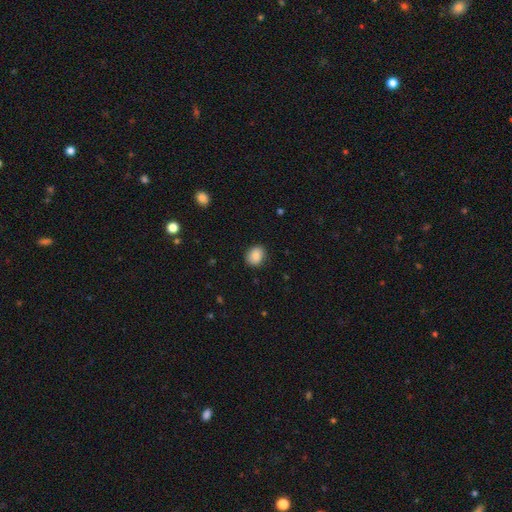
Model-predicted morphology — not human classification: Smooth or featured?
  - smooth: 86% *
  - star or artifact: 8%
  - featured or disk: 6%
How rounded?
  - in between: 51% *
  - round: 48%
  - cigar-shaped: 1%
Merging?
  - none: 85% *
  - minor disturbance: 11%
  - major disturbance: 3%
  - merger: 1%